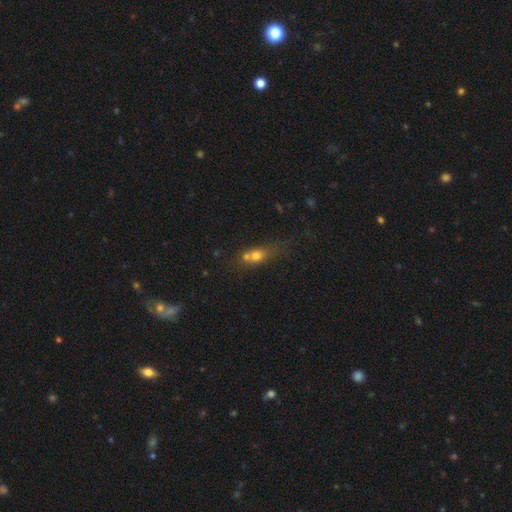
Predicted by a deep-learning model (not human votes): Overall: smooth (61%; featured or disk 23%). How rounded: round (43%; in between 40%). Merging: merger (46%; none 33%).